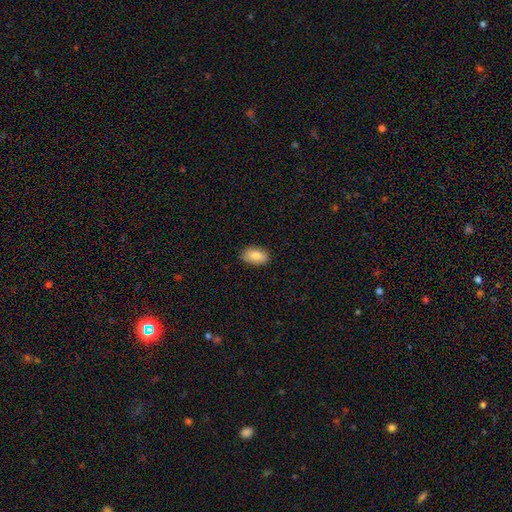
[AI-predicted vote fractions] A smooth galaxy with no disk features (84%) that is in between round and cigar-shaped (92%). Merging: none (85%).